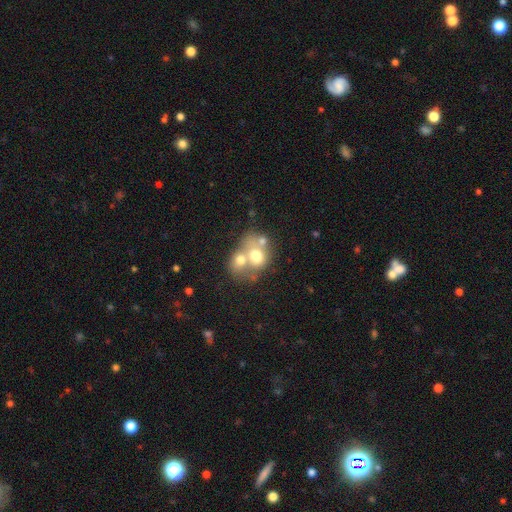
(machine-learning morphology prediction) Overall: smooth (60%; featured or disk 30%). How rounded: round (52%; in between 47%). Merging: merger (68%).